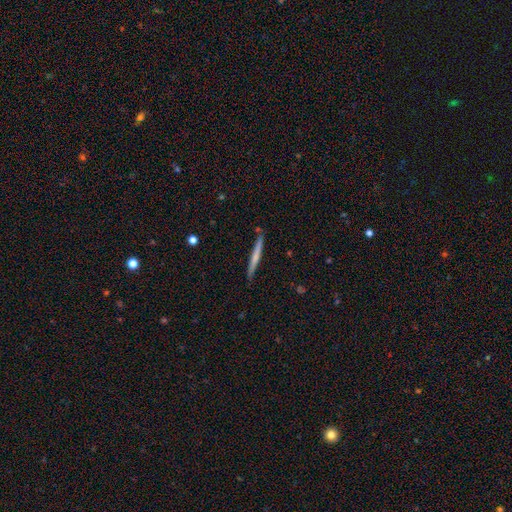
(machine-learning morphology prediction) Q: Smooth or featured?
A: smooth (53%); runner-up: featured or disk (42%)
Q: How rounded?
A: cigar-shaped (97%); runner-up: in between (2%)
Q: Merging?
A: none (88%); runner-up: minor disturbance (9%)